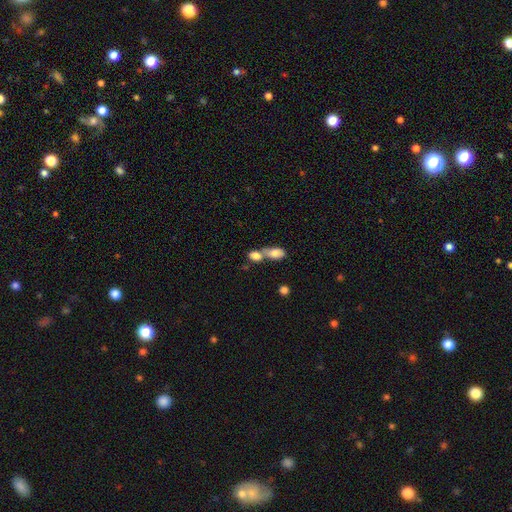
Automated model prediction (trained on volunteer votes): The model was most divided on "merging": merger: 70%, none: 21%, minor disturbance: 6%, major disturbance: 4%. More confident: smooth or featured — smooth (78%); how rounded — in between (73%).